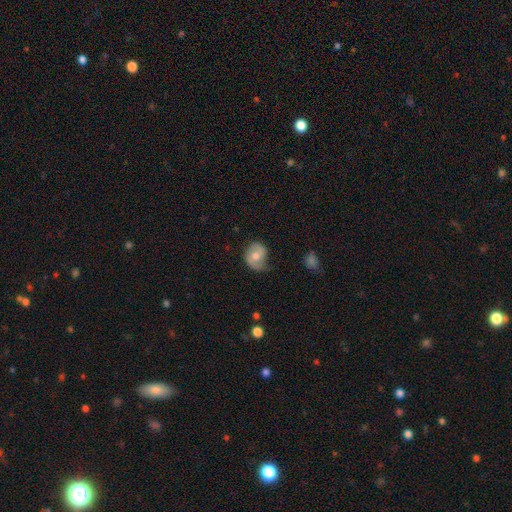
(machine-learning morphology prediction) The model was most divided on "smooth or featured": smooth: 47%, featured or disk: 46%, star or artifact: 7%. More confident: merging — none (58%).